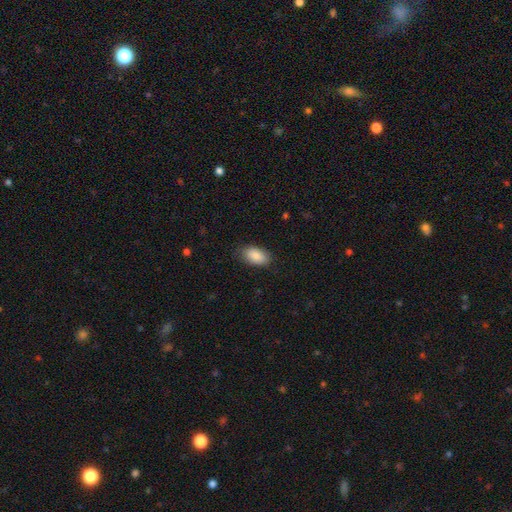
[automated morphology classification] smooth 89%, star or artifact 7%, featured or disk 5%. Down the decision tree: how rounded — in between (93%); merging — none (82%).